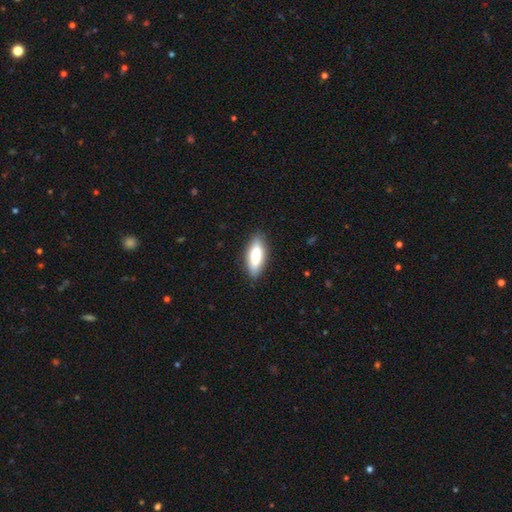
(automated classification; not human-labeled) A smooth galaxy with no disk features (77%) that is in between round and cigar-shaped (65%).

Vote fractions:
- Smooth or featured? smooth: 77% / featured or disk: 17% / star or artifact: 6%
- How rounded? in between: 65% / cigar-shaped: 33% / round: 2%
- Merging? none: 86% / minor disturbance: 10% / major disturbance: 2% / merger: 1%